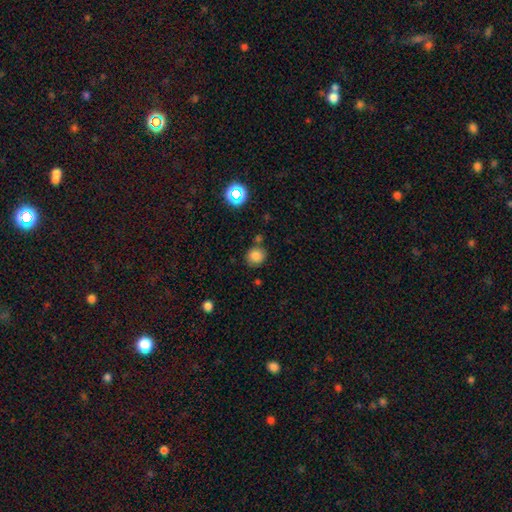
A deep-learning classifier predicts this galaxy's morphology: Smooth or featured?
  - smooth: 81% *
  - star or artifact: 13%
  - featured or disk: 6%
How rounded?
  - round: 86% *
  - in between: 13%
  - cigar-shaped: 1%
Merging?
  - none: 78% *
  - minor disturbance: 11%
  - merger: 8%
  - major disturbance: 3%